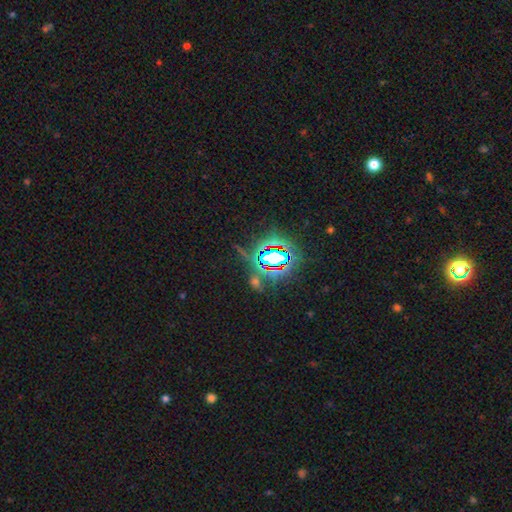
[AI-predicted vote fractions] smooth-or-featured: star or artifact: 81% | smooth: 11% | featured or disk: 8%